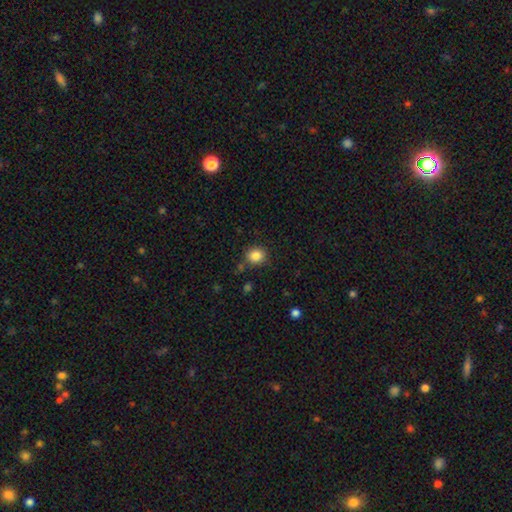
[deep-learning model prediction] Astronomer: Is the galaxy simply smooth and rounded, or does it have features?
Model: smooth — 85%.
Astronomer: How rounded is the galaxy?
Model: round — 76%.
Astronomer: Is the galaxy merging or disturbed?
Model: none — 81%.